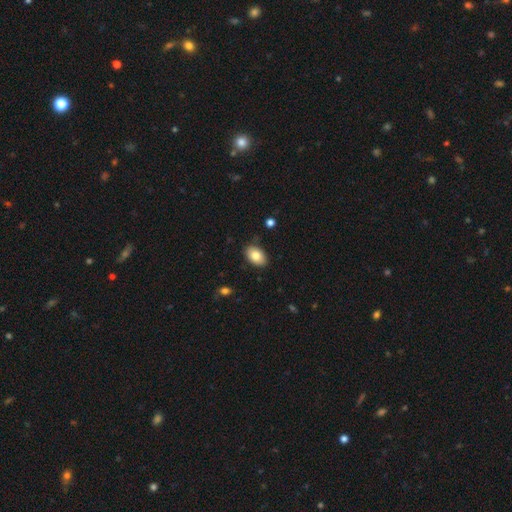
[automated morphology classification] This is clearly a smooth galaxy (82%). How rounded: clearly in between (89%). Merging: clearly none (85%).